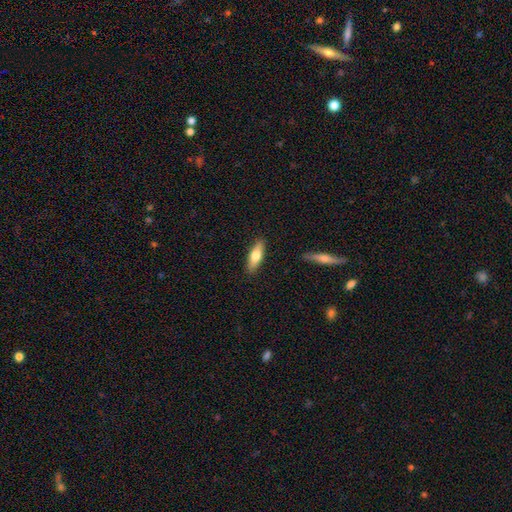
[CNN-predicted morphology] This appears to be a smooth galaxy with no disk features (65%) that is in between round and cigar-shaped (50%). Merging: none (88%).